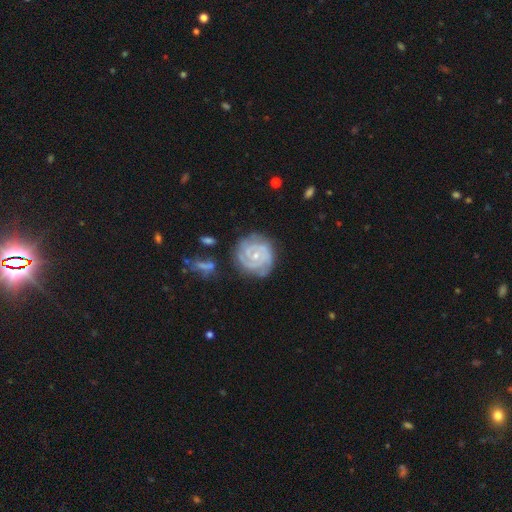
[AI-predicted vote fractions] A featured or disk galaxy (86%) with no bar (68%), 2 (49%) tight (74%) spiral arms (96%) and a small central bulge (66%).

Vote fractions:
- Smooth or featured? featured or disk: 86% / smooth: 9% / star or artifact: 5%
- Edge-on disk? no: 98% / yes: 2%
- Bar? no: 68% / weak: 25% / strong: 6%
- Spiral arms? yes: 96% / no: 4%
- Spiral winding? tight: 74% / medium: 22% / loose: 4%
- Spiral arm count? 2: 49% / 3: 22% / can't tell: 16% / 4: 5% / 1: 4% / more than 4: 3%
- Bulge size? small: 66% / moderate: 30% / none: 2% / large: 1% / dominant: 1%
- Merging? none: 72% / minor disturbance: 18% / major disturbance: 7% / merger: 3%